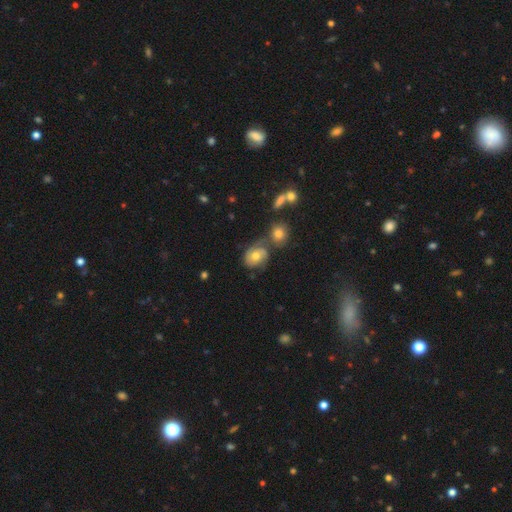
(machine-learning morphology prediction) Smooth or featured? featured or disk (53%)
Edge-on disk? no (96%)
Bar? no (78%)
Spiral arms? yes (79%)
Bulge size? moderate (74%)
Merging? none (47%)